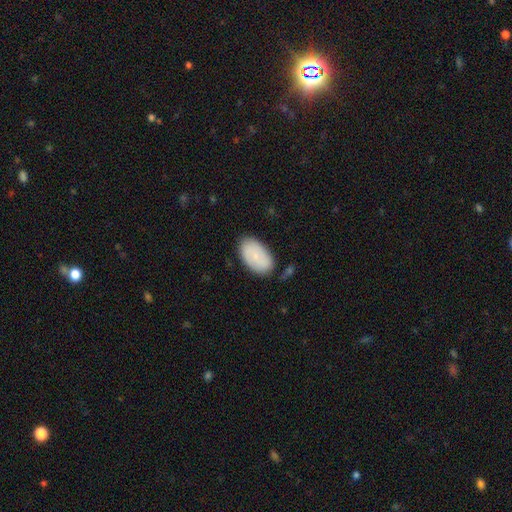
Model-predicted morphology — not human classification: smooth 74%, featured or disk 20%, star or artifact 6%. Down the decision tree: how rounded — in between (95%); merging — none (75%).